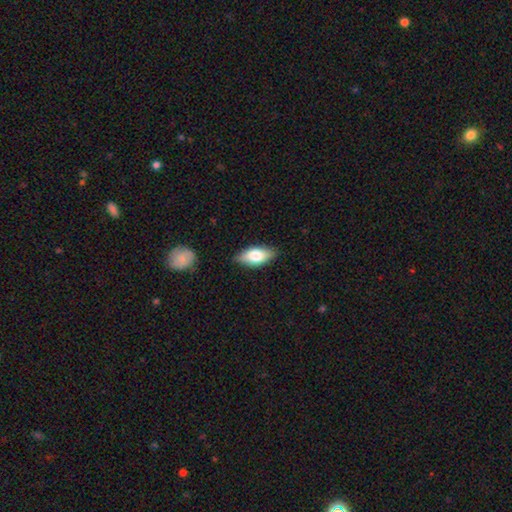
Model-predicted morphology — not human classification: A smooth galaxy with no disk features (71%) that is in between round and cigar-shaped (85%). Merging: none (83%).